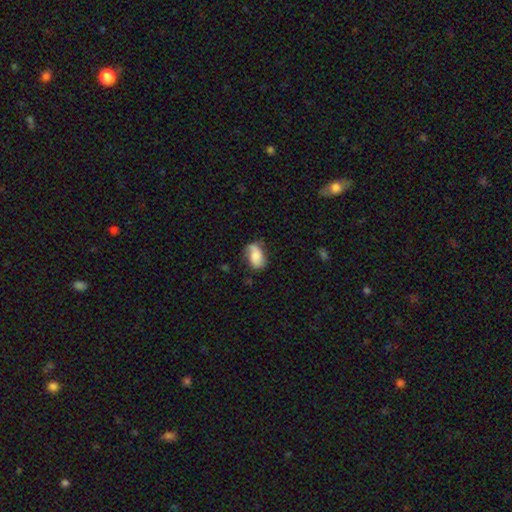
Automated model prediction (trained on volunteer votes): Morphology: type=smooth (61%); roundness=in between (88%); merging=none (54%).